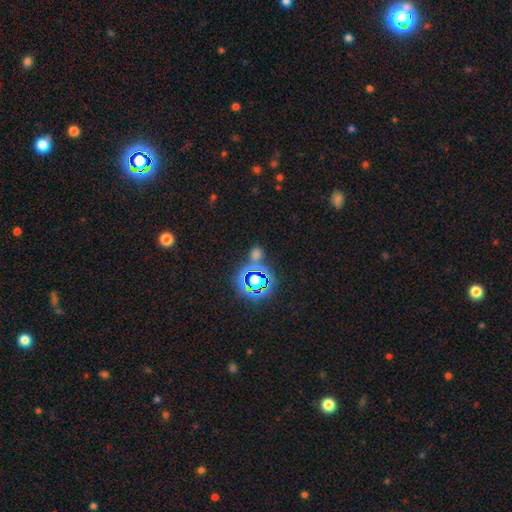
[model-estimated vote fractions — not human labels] Smooth or featured? star or artifact (53%)